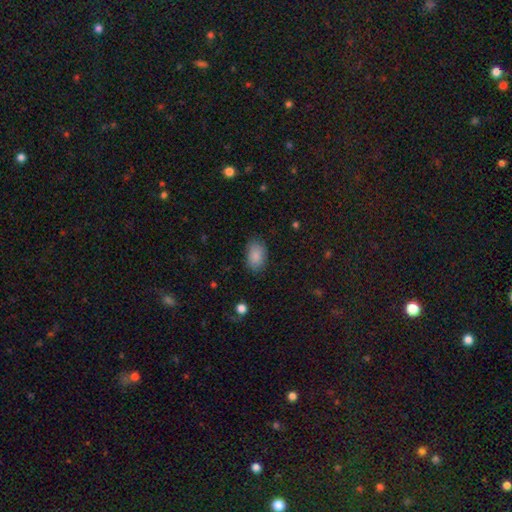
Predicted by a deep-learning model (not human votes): smooth-or-featured: smooth: 87% | star or artifact: 8% | featured or disk: 5%
  how-rounded: in between: 88% | round: 11% | cigar-shaped: 1%
  merging: none: 81% | minor disturbance: 14% | major disturbance: 4% | merger: 1%